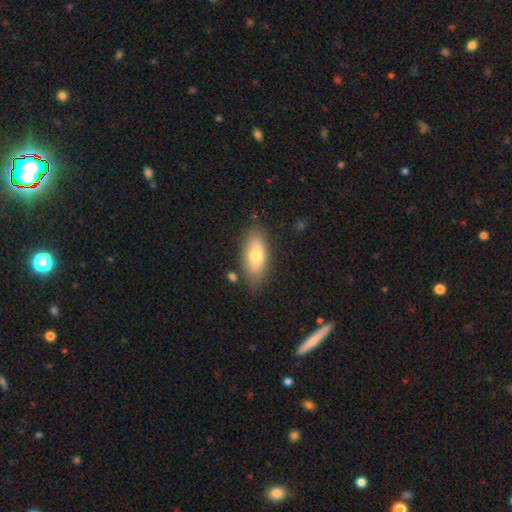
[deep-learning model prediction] A smooth galaxy with no disk features (69%) that is in between round and cigar-shaped (87%). Merging: none (79%).